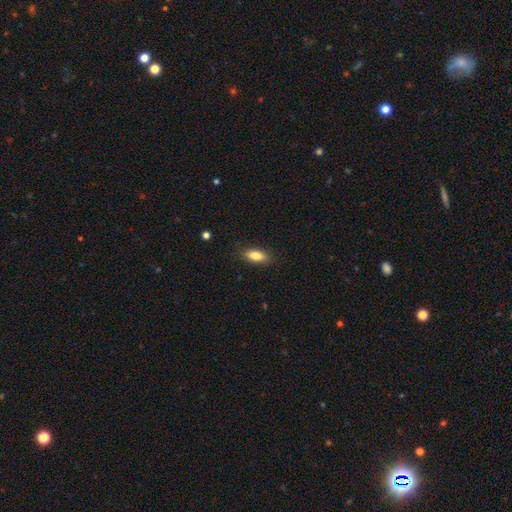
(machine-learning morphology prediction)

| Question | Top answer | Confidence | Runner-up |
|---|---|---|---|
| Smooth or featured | smooth | 81% | featured or disk (12%) |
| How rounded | in between | 79% | cigar-shaped (18%) |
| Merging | none | 84% | minor disturbance (12%) |